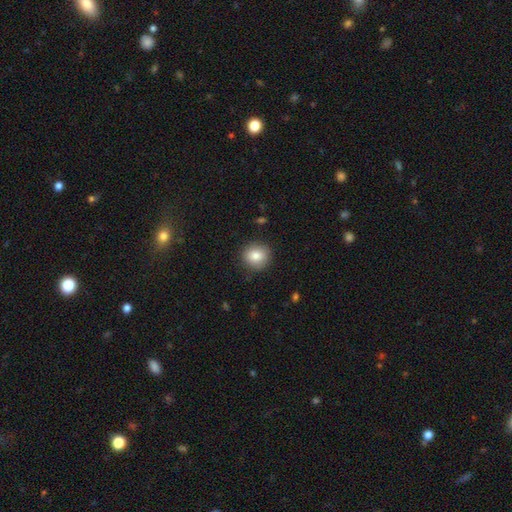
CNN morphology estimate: A smooth galaxy with no disk features (83%) that is round (87%). Merging: none (88%).